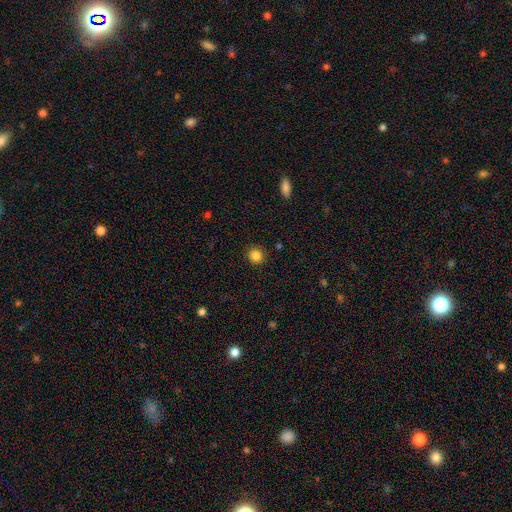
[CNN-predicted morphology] smooth 85%, star or artifact 11%, featured or disk 4%. Down the decision tree: how rounded — round (84%); merging — none (90%).